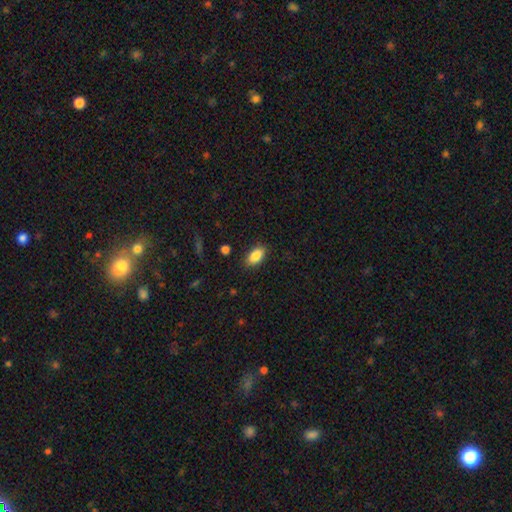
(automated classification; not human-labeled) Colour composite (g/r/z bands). It shows a smooth galaxy with no disk features (87%) that is in between round and cigar-shaped (92%). Merging: none (85%).